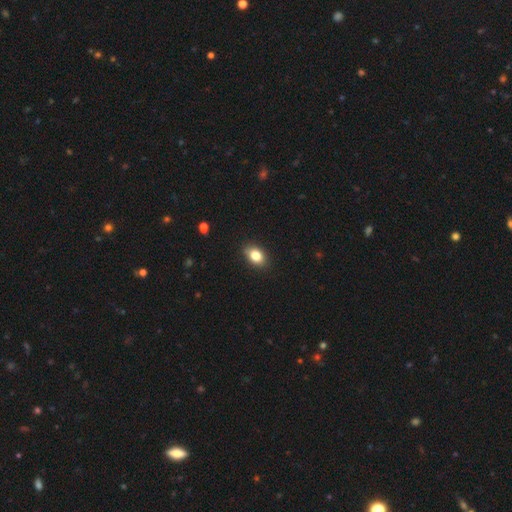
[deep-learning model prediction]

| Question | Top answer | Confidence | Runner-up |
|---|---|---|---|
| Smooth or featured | smooth | 82% | star or artifact (9%) |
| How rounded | in between | 78% | round (20%) |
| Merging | none | 86% | minor disturbance (11%) |